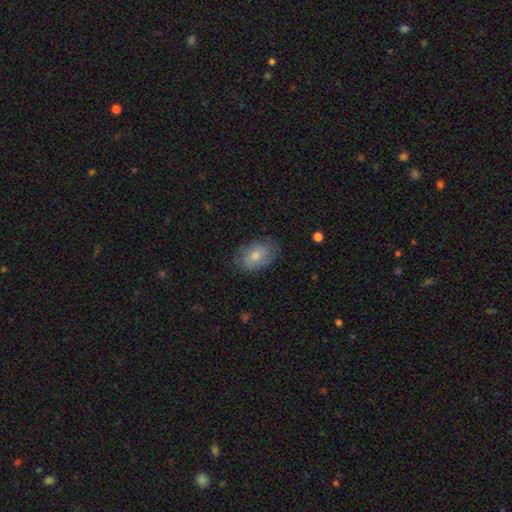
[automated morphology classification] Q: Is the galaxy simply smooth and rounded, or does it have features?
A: smooth — 76%.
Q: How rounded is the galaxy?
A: in between — 86%.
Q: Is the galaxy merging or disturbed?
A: none — 76%.